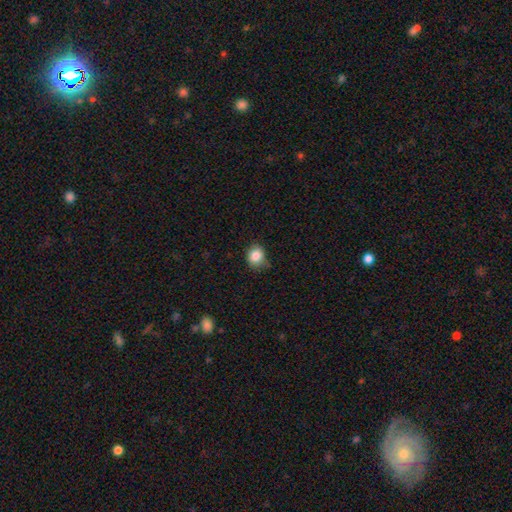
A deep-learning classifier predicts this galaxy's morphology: The model was most divided on "how rounded": round: 67%, in between: 32%, cigar-shaped: 1%. More confident: smooth or featured — smooth (85%); merging — none (73%).